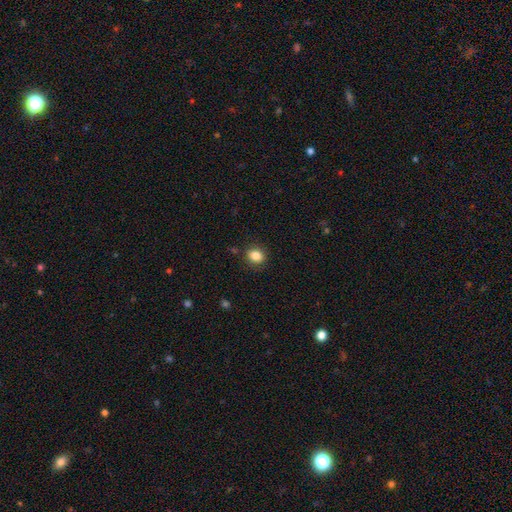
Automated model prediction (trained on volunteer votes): This is clearly a smooth galaxy (85%). How rounded: likely round (64%). Merging: clearly none (87%).